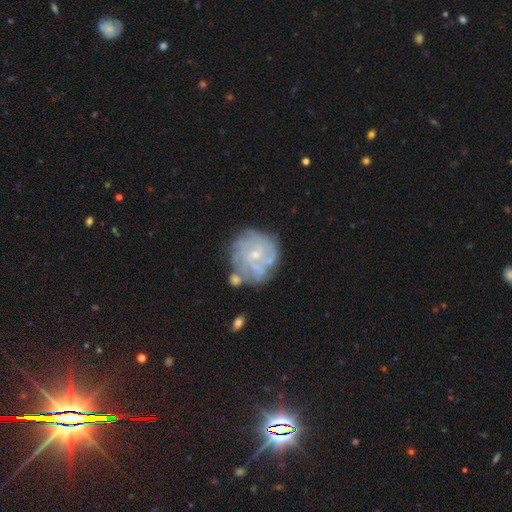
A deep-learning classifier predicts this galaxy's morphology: Smooth or featured?
  - featured or disk: 73% *
  - smooth: 19%
  - star or artifact: 8%
Edge-on disk?
  - no: 98% *
  - yes: 2%
Bar?
  - no: 76% *
  - weak: 20%
  - strong: 3%
Spiral arms?
  - yes: 79% *
  - no: 21%
Spiral winding?
  - tight: 67% *
  - medium: 24%
  - loose: 9%
Spiral arm count?
  - can't tell: 47% *
  - 4: 19%
  - 3: 11%
  - more than 4: 11%
  - 2: 7%
  - 1: 5%
Bulge size?
  - small: 77% *
  - moderate: 18%
  - none: 3%
  - large: 1%
  - dominant: 1%
Merging?
  - none: 65% *
  - minor disturbance: 18%
  - major disturbance: 9%
  - merger: 8%